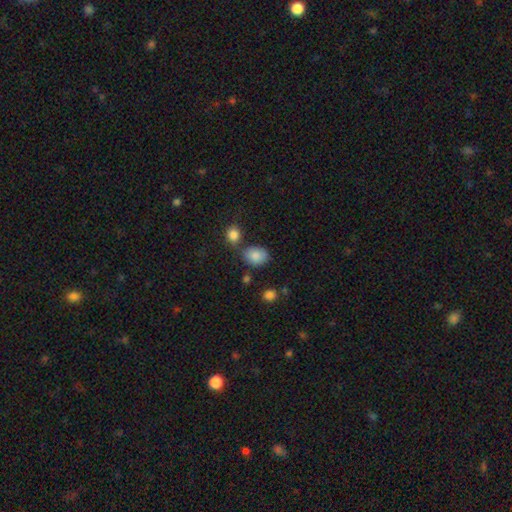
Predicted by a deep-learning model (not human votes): Smooth or featured: smooth — 85% (star or artifact — 9%)
How rounded: in between — 62% (round — 37%)
Merging: none — 62% (minor disturbance — 19%)